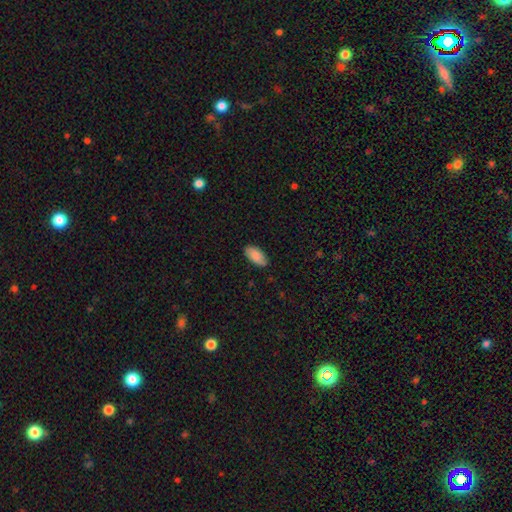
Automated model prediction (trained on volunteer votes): A smooth galaxy with no disk features (83%) that is in between round and cigar-shaped (94%).

Vote fractions:
- Smooth or featured? smooth: 83% / featured or disk: 11% / star or artifact: 6%
- How rounded? in between: 94% / cigar-shaped: 4% / round: 2%
- Merging? none: 87% / minor disturbance: 10% / major disturbance: 2% / merger: 1%